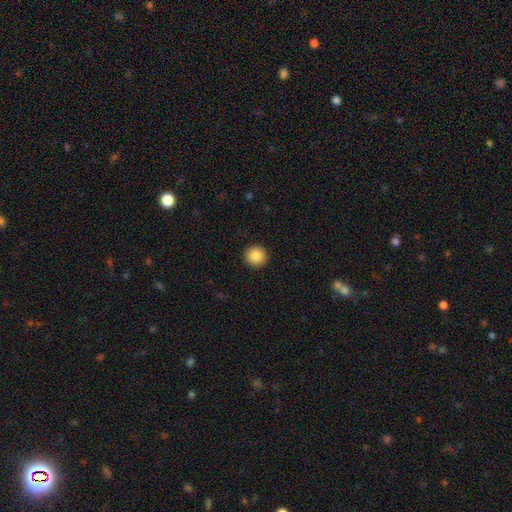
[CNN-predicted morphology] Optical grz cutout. It shows a smooth galaxy with no disk features (87%) that is round (94%). Merging: none (93%).